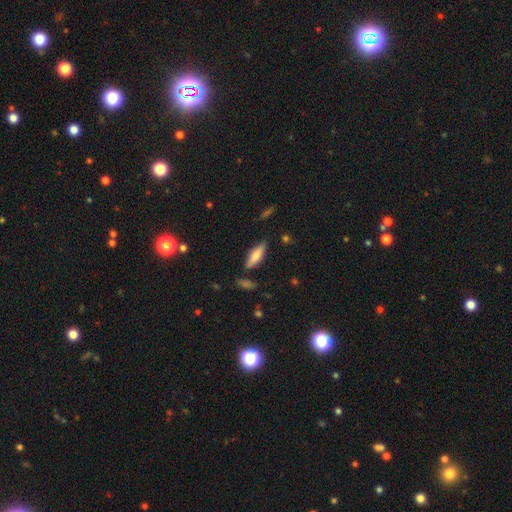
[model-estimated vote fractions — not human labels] The model was most divided on "how rounded": in between: 53%, cigar-shaped: 45%, round: 2%. More confident: merging — none (78%); smooth or featured — smooth (68%).